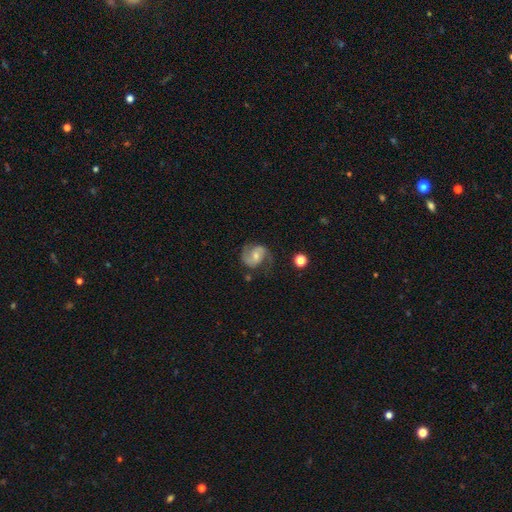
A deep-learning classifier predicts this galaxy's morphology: Smooth or featured? Predicted: featured or disk (p=0.79). Edge-on disk? Predicted: no (p=0.98). Bar? Predicted: no (p=0.52). Spiral arms? Predicted: yes (p=0.94). Spiral winding? Predicted: medium (p=0.50). Spiral arm count? Predicted: 2 (p=0.89). Bulge size? Predicted: moderate (p=0.47). Merging? Predicted: none (p=0.68).